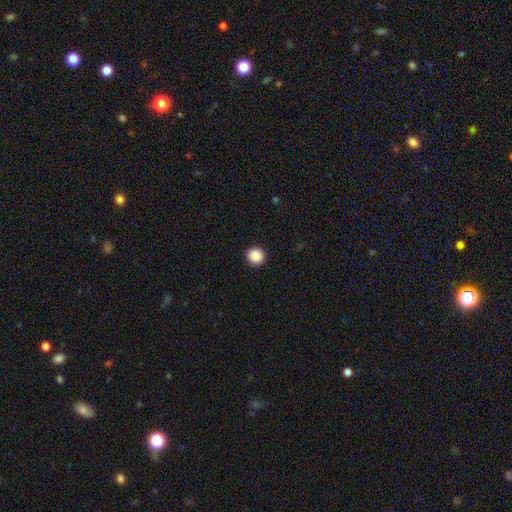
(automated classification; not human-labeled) Smooth or featured? smooth (88%)
How rounded? round (94%)
Merging? none (94%)